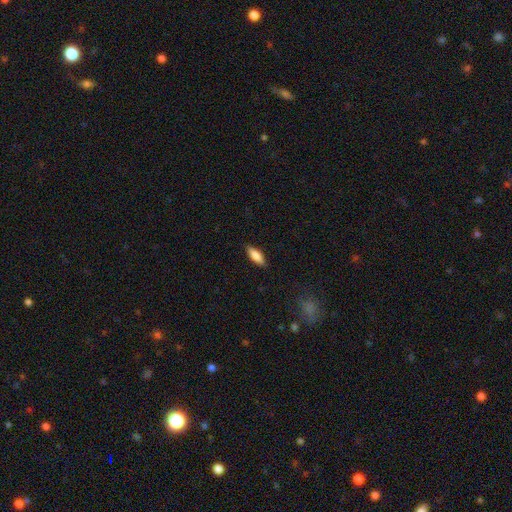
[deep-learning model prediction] Smooth or featured? smooth (78%)
How rounded? in between (59%)
Merging? none (87%)